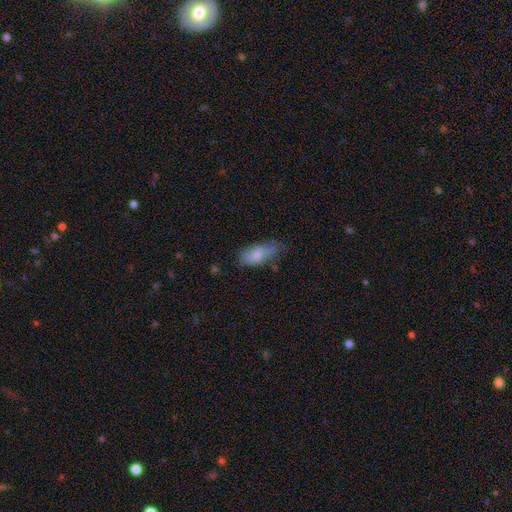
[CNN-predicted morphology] Smooth or featured? Predicted: smooth (p=0.69). How rounded? Predicted: in between (p=0.82). Merging? Predicted: none (p=0.50).